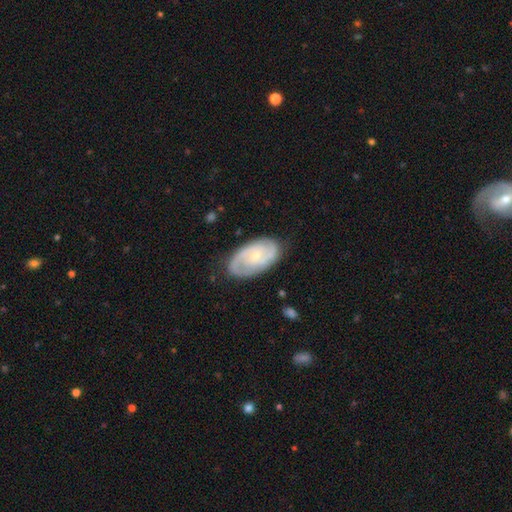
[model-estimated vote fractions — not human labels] The model was most divided on "spiral winding": tight: 54%, medium: 37%, loose: 10%. More confident: edge-on disk — no (96%); spiral arms — yes (94%); smooth or featured — featured or disk (80%); merging — none (79%); bulge size — small (69%); bar — no (65%); spiral arm count — 2 (62%).